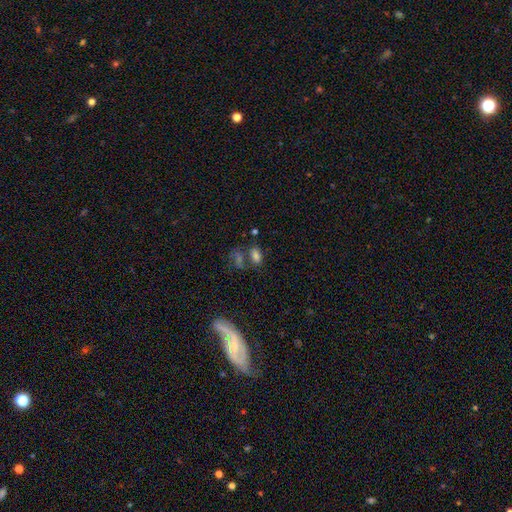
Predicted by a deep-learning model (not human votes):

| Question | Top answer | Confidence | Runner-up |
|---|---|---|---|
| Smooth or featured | smooth | 75% | star or artifact (16%) |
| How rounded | in between | 89% | round (8%) |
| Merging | none | 49% | merger (30%) |